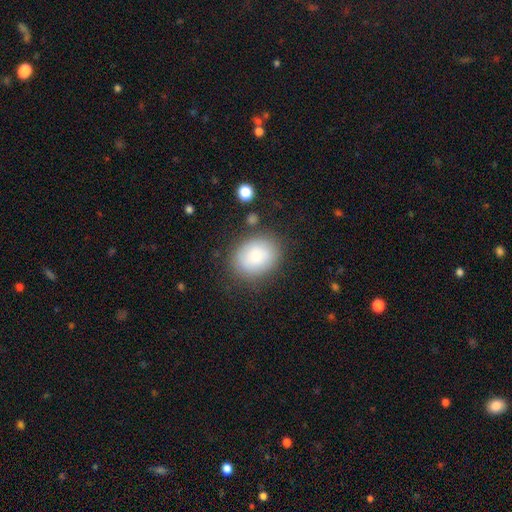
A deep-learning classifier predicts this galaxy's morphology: A smooth galaxy with no disk features (78%) that is in between round and cigar-shaped (53%). Merging: none (79%).